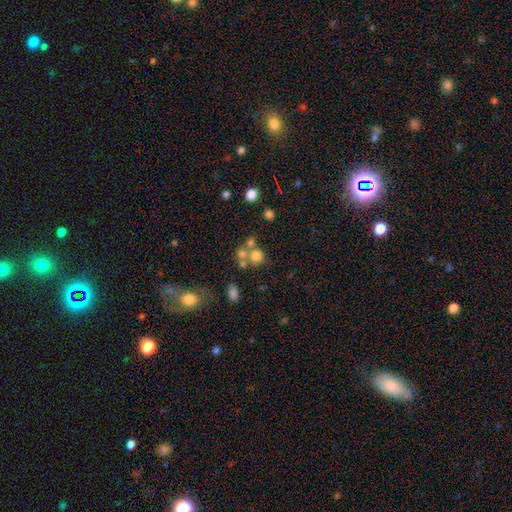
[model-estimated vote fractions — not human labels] This appears to be a smooth galaxy with no disk features (70%) that is round (85%). Merging: none (47%).